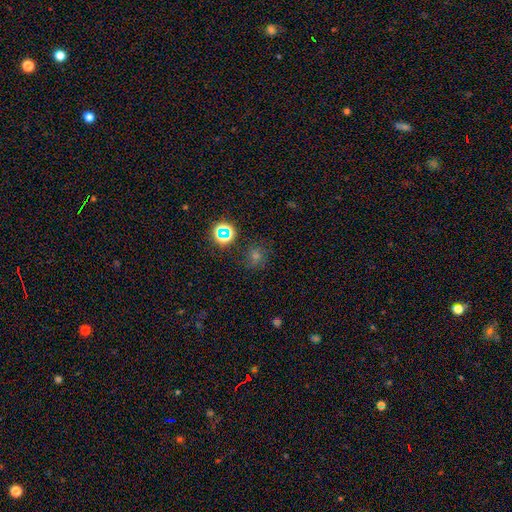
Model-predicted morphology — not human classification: This appears to be a smooth galaxy with no disk features (46%). Merging: none (78%).